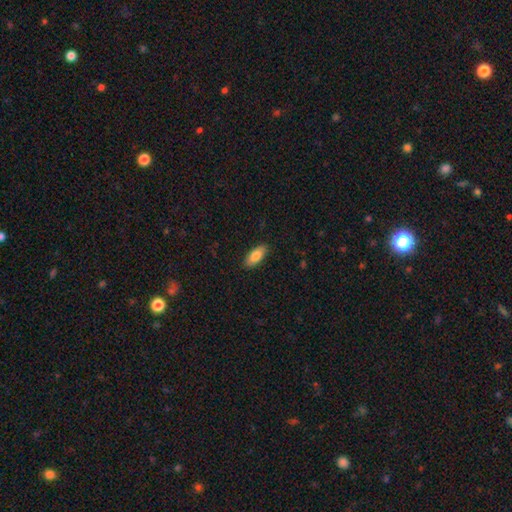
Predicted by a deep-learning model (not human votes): Smooth or featured: smooth — 84% (featured or disk — 10%)
How rounded: in between — 82% (cigar-shaped — 16%)
Merging: none — 89% (minor disturbance — 9%)